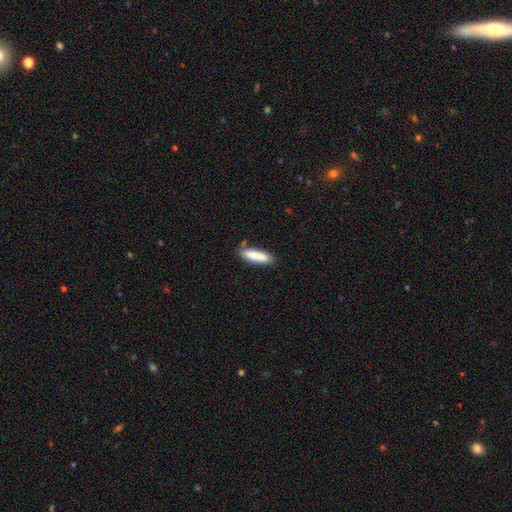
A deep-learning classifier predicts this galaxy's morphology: type=smooth (81%); roundness=cigar-shaped (68%); merging=none (78%).